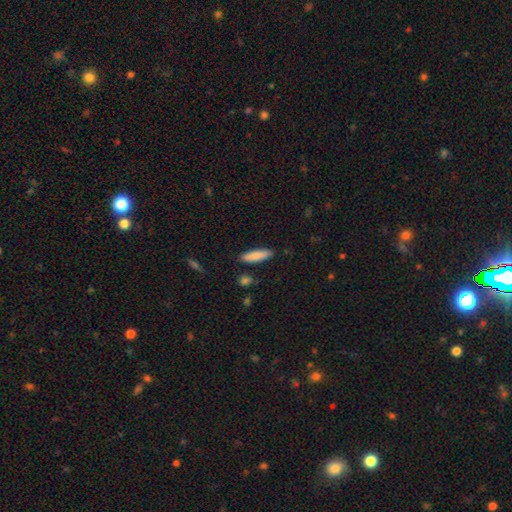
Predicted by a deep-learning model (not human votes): Overall: smooth (85%). How rounded: cigar-shaped (63%; in between 36%). Merging: none (88%).